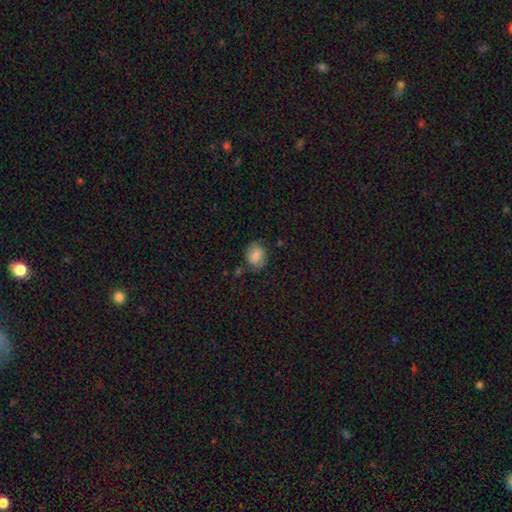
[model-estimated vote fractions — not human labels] Smooth or featured? Predicted: smooth (p=0.70). How rounded? Predicted: round (p=0.56). Merging? Predicted: none (p=0.72).